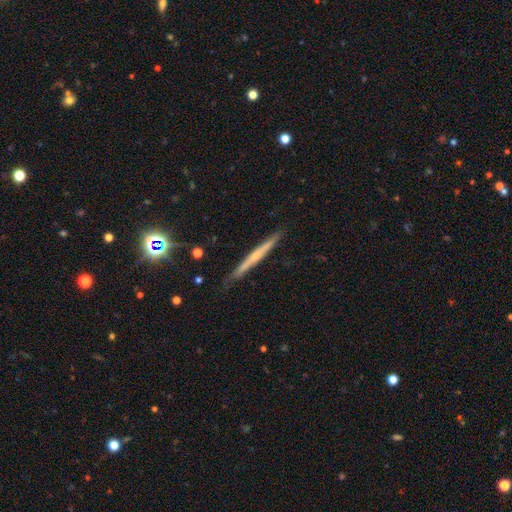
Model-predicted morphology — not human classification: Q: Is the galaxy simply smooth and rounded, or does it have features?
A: featured or disk — 64%.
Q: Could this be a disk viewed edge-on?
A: yes — 97%.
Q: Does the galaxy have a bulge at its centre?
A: rounded — 52%.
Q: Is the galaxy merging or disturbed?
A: none — 86%.